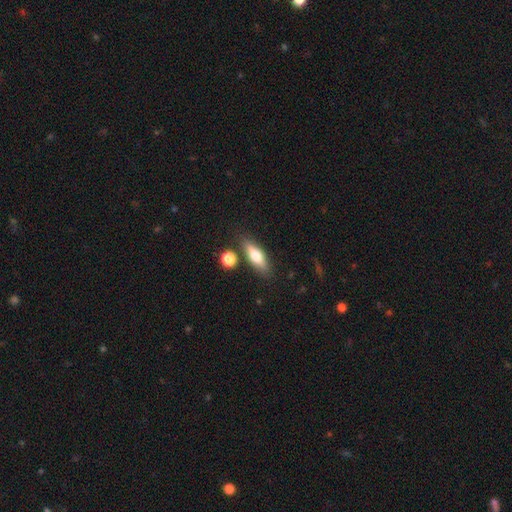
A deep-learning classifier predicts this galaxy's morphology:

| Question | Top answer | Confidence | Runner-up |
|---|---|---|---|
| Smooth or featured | smooth | 64% | featured or disk (29%) |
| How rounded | in between | 55% | cigar-shaped (41%) |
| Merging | none | 78% | minor disturbance (12%) |